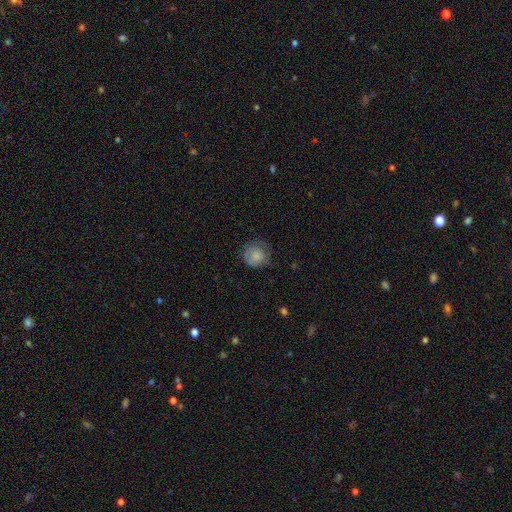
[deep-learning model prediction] Smooth or featured: smooth — 77% (featured or disk — 15%)
How rounded: round — 89% (in between — 10%)
Merging: none — 63% (minor disturbance — 26%)